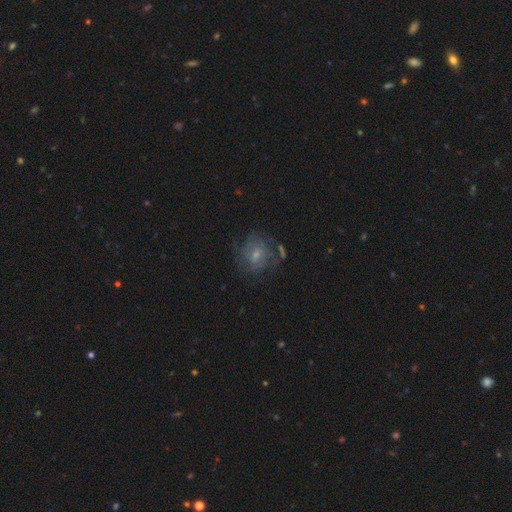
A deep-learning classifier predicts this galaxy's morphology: A featured or disk galaxy (51%).

Vote fractions:
- Smooth or featured? featured or disk: 51% / smooth: 30% / star or artifact: 19%
- Edge-on disk? no: 96% / yes: 4%
- Merging? none: 69% / minor disturbance: 16% / major disturbance: 11% / merger: 4%